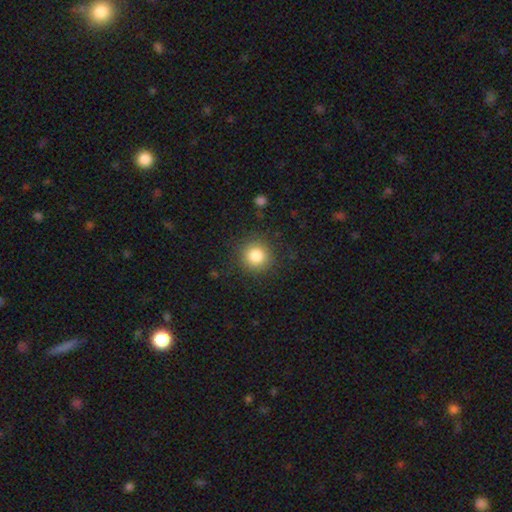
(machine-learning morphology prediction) Smooth or featured?
  - smooth: 84% *
  - star or artifact: 11%
  - featured or disk: 6%
How rounded?
  - round: 93% *
  - in between: 6%
  - cigar-shaped: 1%
Merging?
  - none: 88% *
  - minor disturbance: 8%
  - major disturbance: 3%
  - merger: 1%